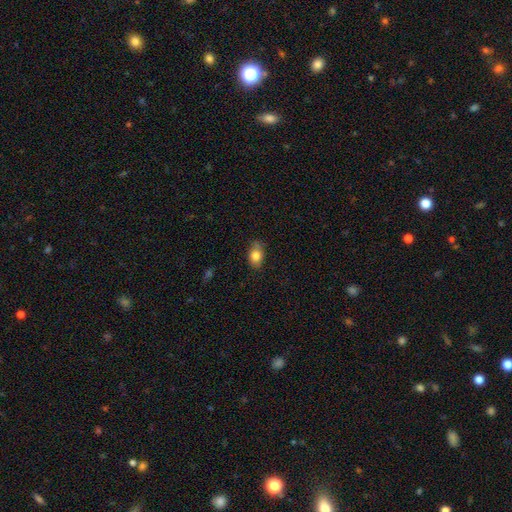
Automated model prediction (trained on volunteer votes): smooth_or_featured: smooth (p=0.82) [alt: featured or disk p=0.10]
how_rounded: in between (p=0.82) [alt: round p=0.16]
merging: none (p=0.75) [alt: minor disturbance p=0.20]